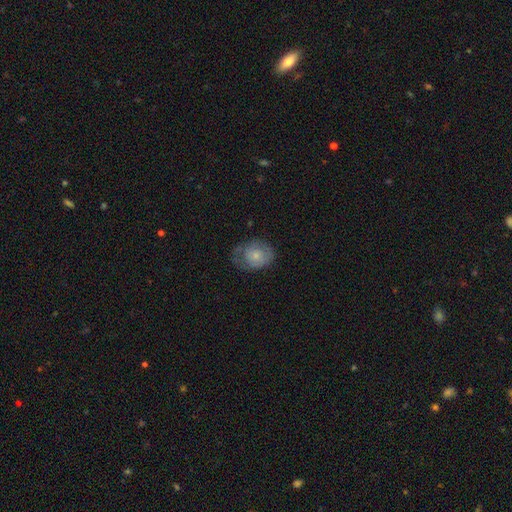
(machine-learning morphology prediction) A smooth galaxy with no disk features (59%) that is round (50%).

Vote fractions:
- Smooth or featured? smooth: 59% / featured or disk: 34% / star or artifact: 7%
- How rounded? round: 50% / in between: 49% / cigar-shaped: 1%
- Merging? none: 49% / minor disturbance: 30% / major disturbance: 19% / merger: 1%